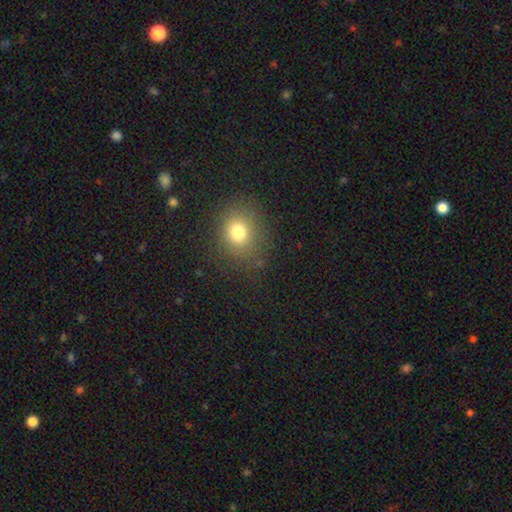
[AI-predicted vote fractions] Smooth or featured?
  - smooth: 73% *
  - star or artifact: 20%
  - featured or disk: 7%
How rounded?
  - round: 72% *
  - in between: 27%
  - cigar-shaped: 1%
Merging?
  - none: 85% *
  - minor disturbance: 10%
  - major disturbance: 3%
  - merger: 1%